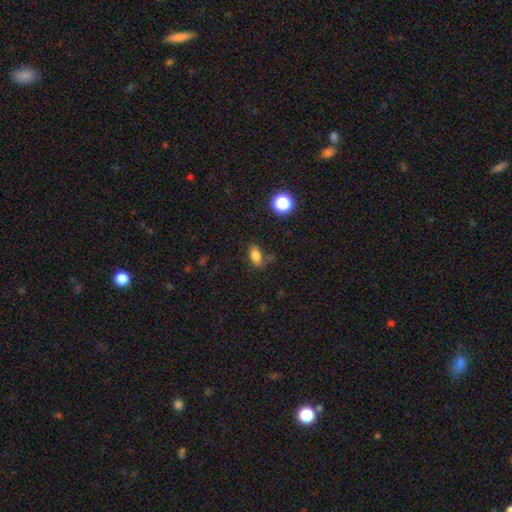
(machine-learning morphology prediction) Smooth or featured? Predicted: smooth (p=0.80). How rounded? Predicted: in between (p=0.86). Merging? Predicted: none (p=0.67).